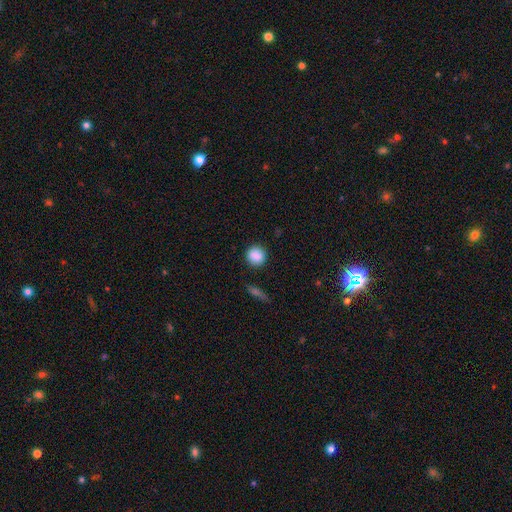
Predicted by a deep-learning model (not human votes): Smooth or featured? smooth (88%)
How rounded? round (88%)
Merging? none (87%)